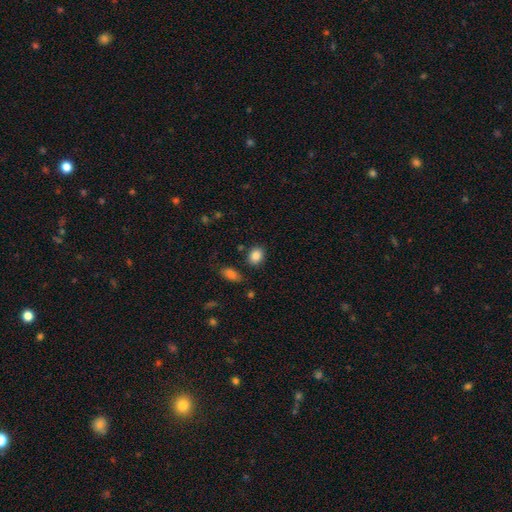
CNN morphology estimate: Smooth or featured?
  - smooth: 86% *
  - star or artifact: 9%
  - featured or disk: 5%
How rounded?
  - in between: 50% *
  - round: 49%
  - cigar-shaped: 1%
Merging?
  - none: 83% *
  - minor disturbance: 10%
  - merger: 4%
  - major disturbance: 3%